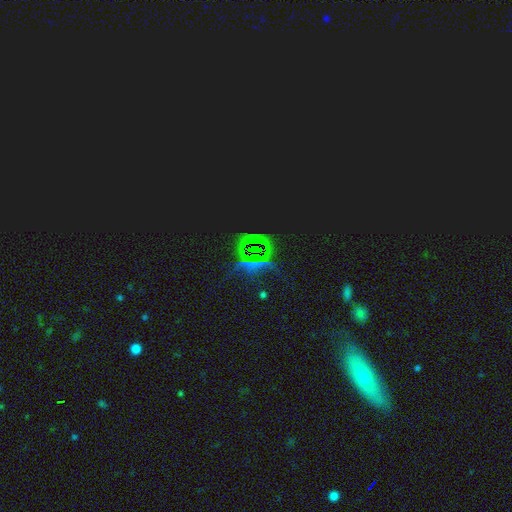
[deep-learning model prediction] Smooth or featured? star or artifact (83%)